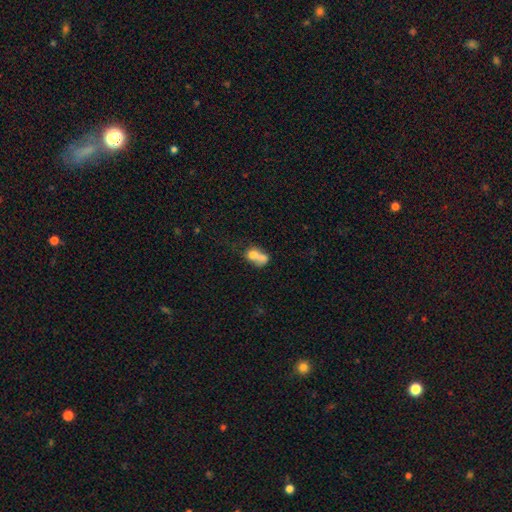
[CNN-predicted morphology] A smooth galaxy with no disk features (68%) that is in between round and cigar-shaped (54%). Merging: merger (67%).